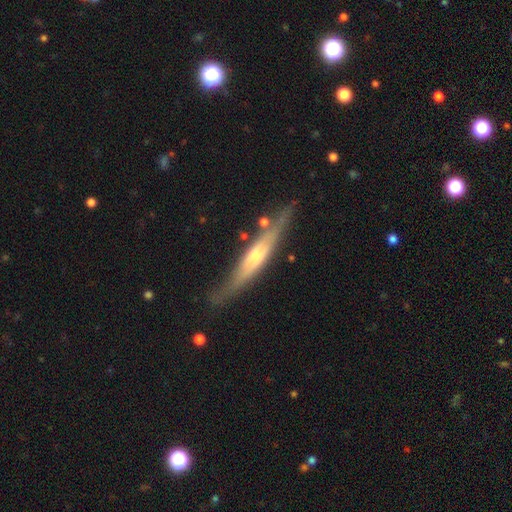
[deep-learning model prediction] featured or disk 66%, smooth 29%, star or artifact 5%. Down the decision tree: edge-on disk — yes (86%); edge-on bulge — rounded (67%); merging — none (72%).